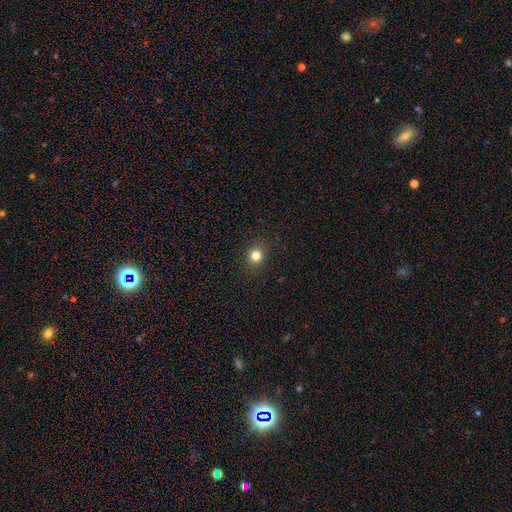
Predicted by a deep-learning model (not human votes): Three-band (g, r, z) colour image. It shows a smooth galaxy with no disk features (81%) that is round (81%). Merging: none (89%).